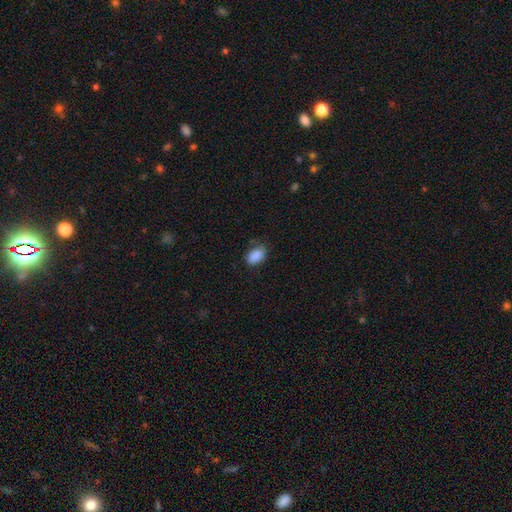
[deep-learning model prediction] smooth-or-featured: smooth: 88% | star or artifact: 8% | featured or disk: 3%
  how-rounded: in between: 88% | round: 10% | cigar-shaped: 1%
  merging: none: 71% | minor disturbance: 22% | major disturbance: 5% | merger: 2%